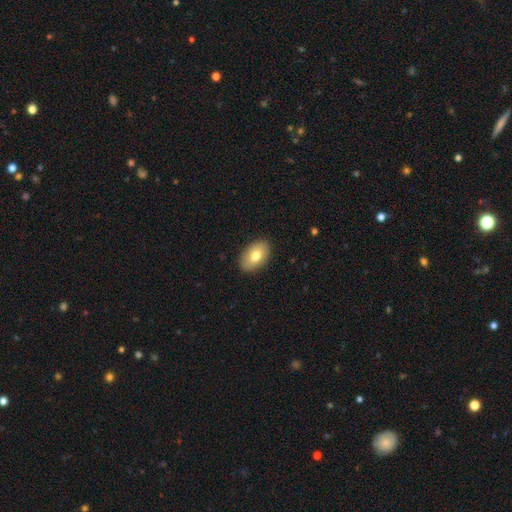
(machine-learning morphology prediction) This appears to be a smooth galaxy with no disk features (77%) that is in between round and cigar-shaped (92%). Merging: none (89%).